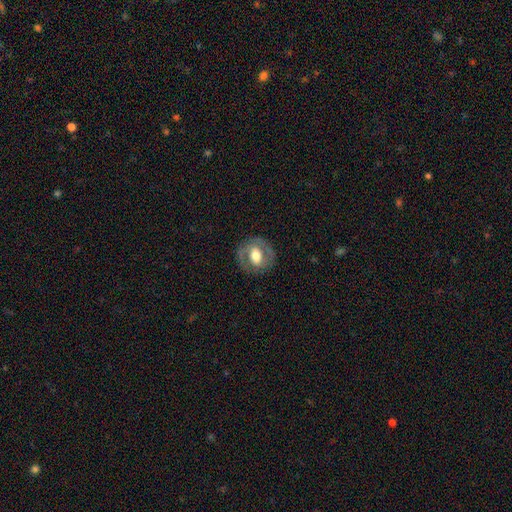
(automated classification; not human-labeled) Smooth or featured?
  - featured or disk: 52% *
  - smooth: 41%
  - star or artifact: 7%
Edge-on disk?
  - no: 94% *
  - yes: 6%
Merging?
  - none: 80% *
  - minor disturbance: 13%
  - major disturbance: 6%
  - merger: 1%